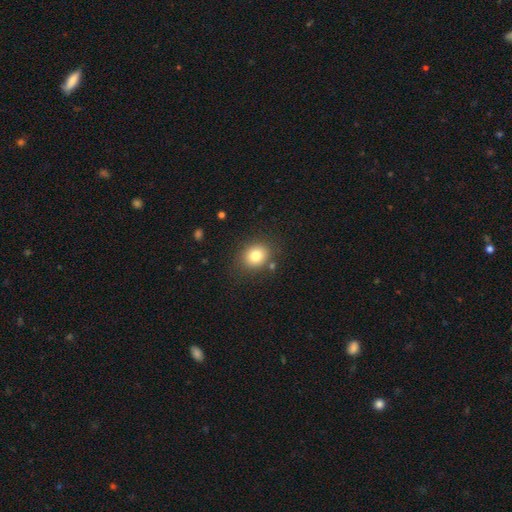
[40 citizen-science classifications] Smooth or featured? smooth (70%)
How rounded? round (57%)
Merging? none (71%)